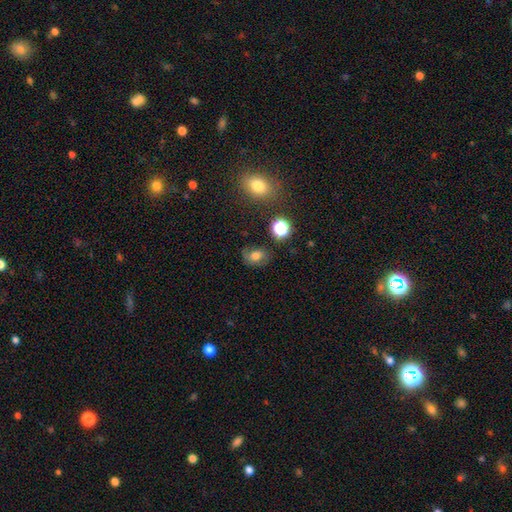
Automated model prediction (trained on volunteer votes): smooth 63%, featured or disk 21%, star or artifact 16%. Down the decision tree: how rounded — in between (61%); merging — none (65%).